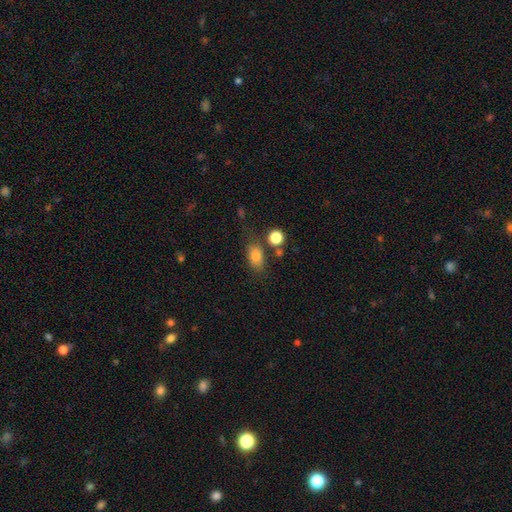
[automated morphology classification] The model was most divided on "merging": none: 65%, minor disturbance: 18%, merger: 10%, major disturbance: 7%. More confident: smooth or featured — smooth (80%); how rounded — in between (79%).